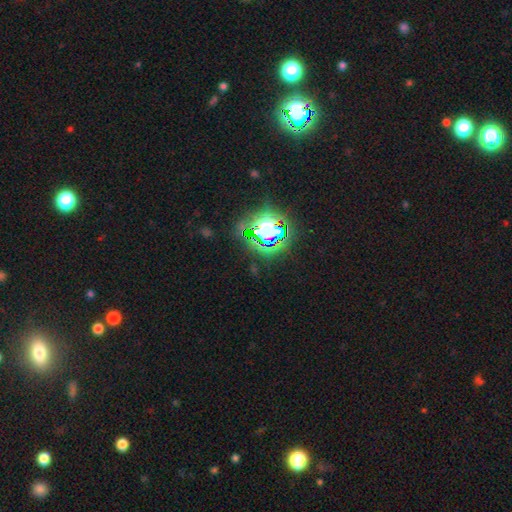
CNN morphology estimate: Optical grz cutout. It shows a star or artifact, not a galaxy (82%).